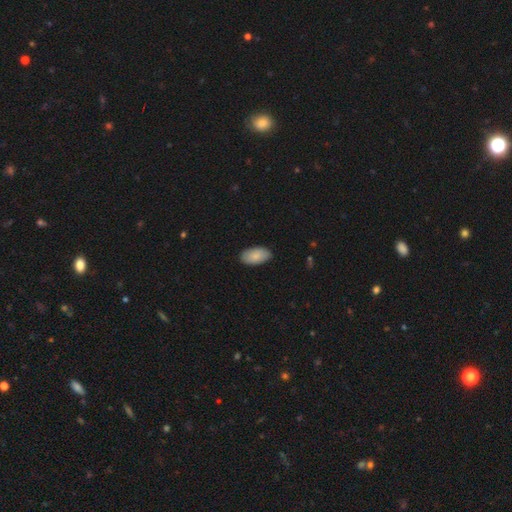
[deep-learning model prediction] A smooth galaxy with no disk features (85%) that is in between round and cigar-shaped (95%). Merging: none (87%).